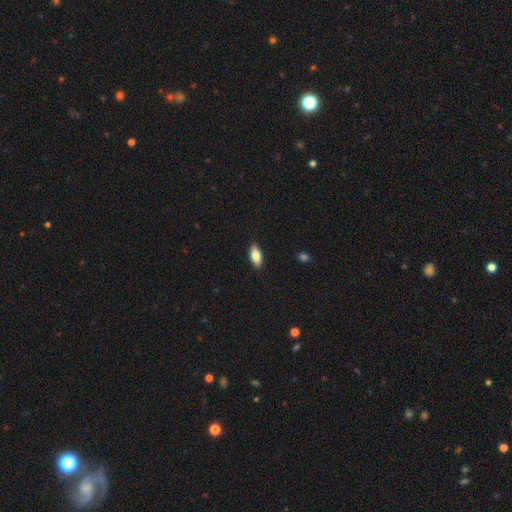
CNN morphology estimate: smooth_or_featured: smooth (p=0.80) [alt: featured or disk p=0.14]
how_rounded: in between (p=0.83) [alt: cigar-shaped p=0.15]
merging: none (p=0.89) [alt: minor disturbance p=0.08]